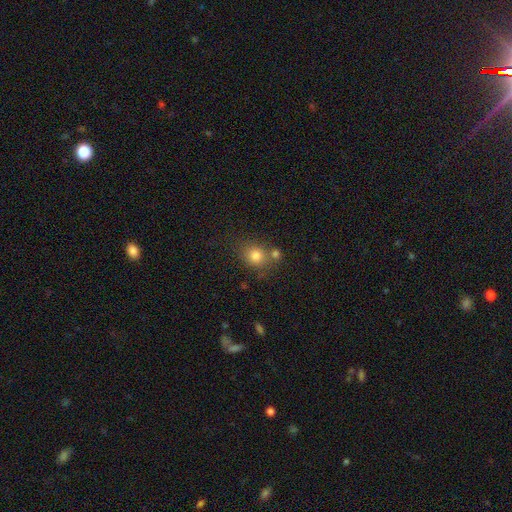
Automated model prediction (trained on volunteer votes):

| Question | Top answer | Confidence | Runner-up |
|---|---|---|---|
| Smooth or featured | smooth | 80% | star or artifact (12%) |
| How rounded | round | 73% | in between (26%) |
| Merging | none | 60% | merger (22%) |